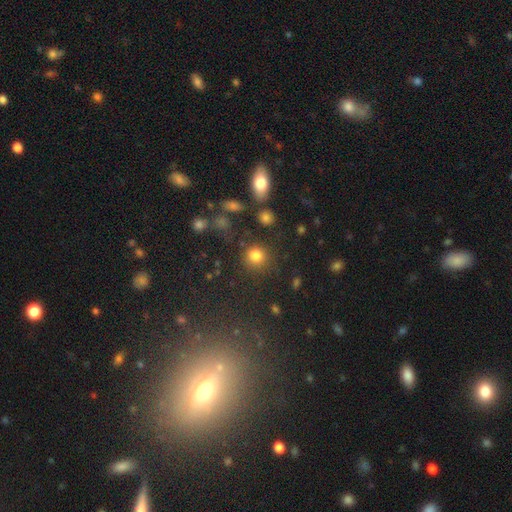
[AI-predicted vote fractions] A smooth galaxy with no disk features (80%) that is round (87%).

Vote fractions:
- Smooth or featured? smooth: 80% / star or artifact: 13% / featured or disk: 6%
- How rounded? round: 87% / in between: 12% / cigar-shaped: 1%
- Merging? none: 79% / minor disturbance: 10% / merger: 6% / major disturbance: 5%